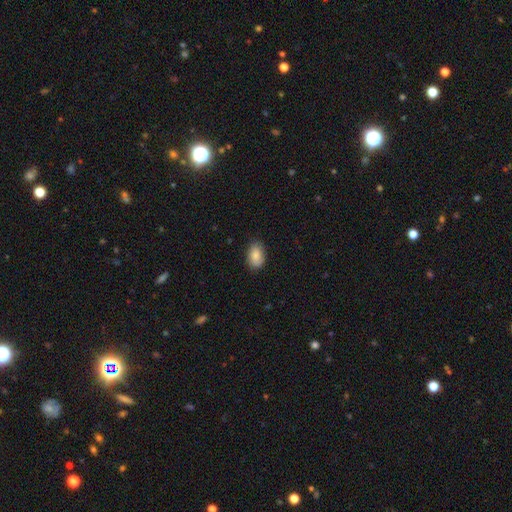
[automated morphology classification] This is clearly a smooth galaxy (87%). How rounded: clearly in between (90%). Merging: clearly none (83%).